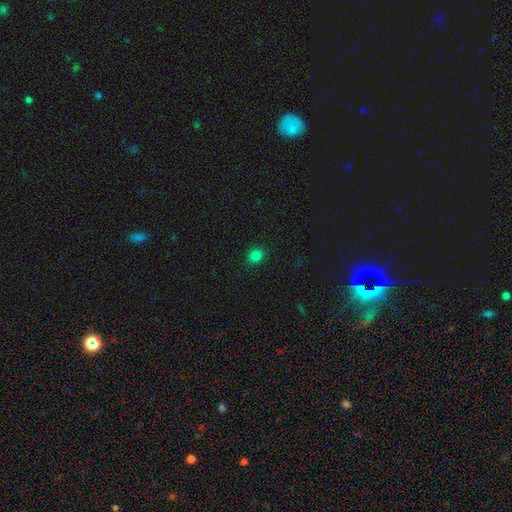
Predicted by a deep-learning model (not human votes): Smooth or featured: smooth — 81% (star or artifact — 15%)
How rounded: round — 74% (in between — 25%)
Merging: none — 89% (minor disturbance — 8%)